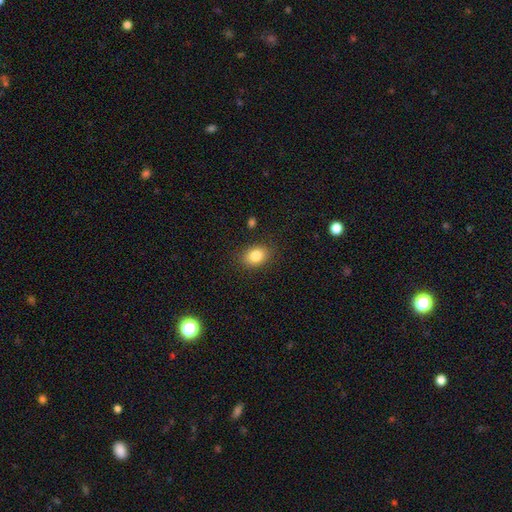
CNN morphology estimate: This appears to be a smooth galaxy with no disk features (84%) that is in between round and cigar-shaped (71%). Merging: none (86%).